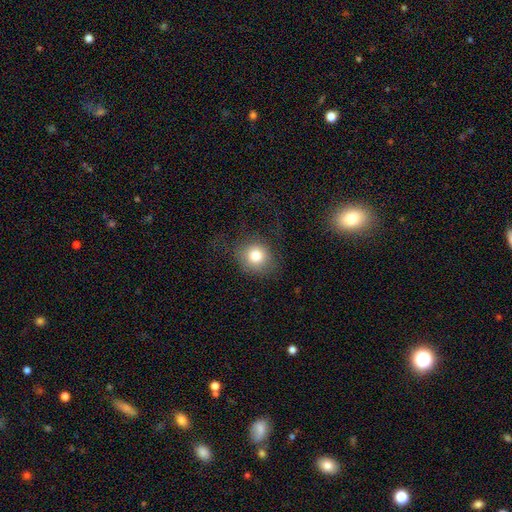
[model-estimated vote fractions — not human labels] Smooth or featured? smooth (79%)
How rounded? round (81%)
Merging? none (73%)